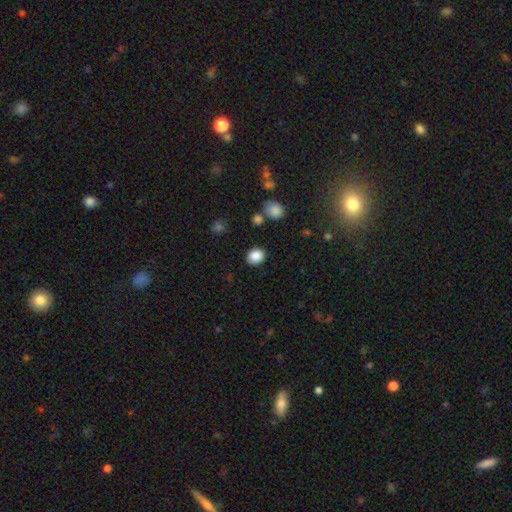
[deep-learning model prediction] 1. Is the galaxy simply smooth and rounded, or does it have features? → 87% smooth, 9% star or artifact, 4% featured or disk.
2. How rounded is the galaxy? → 60% round, 40% in between, 1% cigar-shaped.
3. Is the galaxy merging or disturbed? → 85% none, 9% minor disturbance, 3% major disturbance, 3% merger.